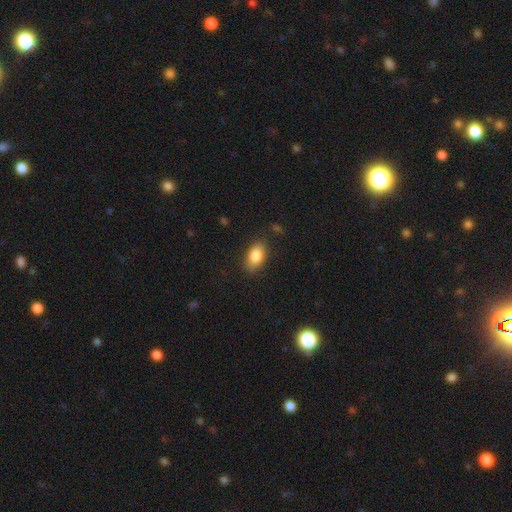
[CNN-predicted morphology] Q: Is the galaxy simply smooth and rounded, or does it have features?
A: smooth — 85%.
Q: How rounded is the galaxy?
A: in between — 89%.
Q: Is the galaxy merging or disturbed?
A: none — 83%.